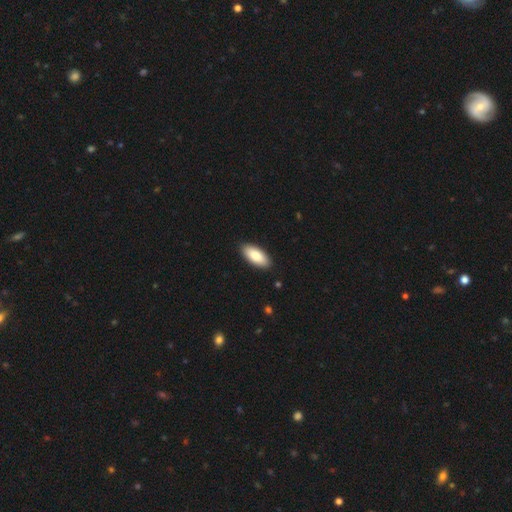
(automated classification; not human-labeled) Q: Smooth or featured?
A: smooth (84%); runner-up: featured or disk (11%)
Q: How rounded?
A: in between (88%); runner-up: cigar-shaped (10%)
Q: Merging?
A: none (90%); runner-up: minor disturbance (7%)